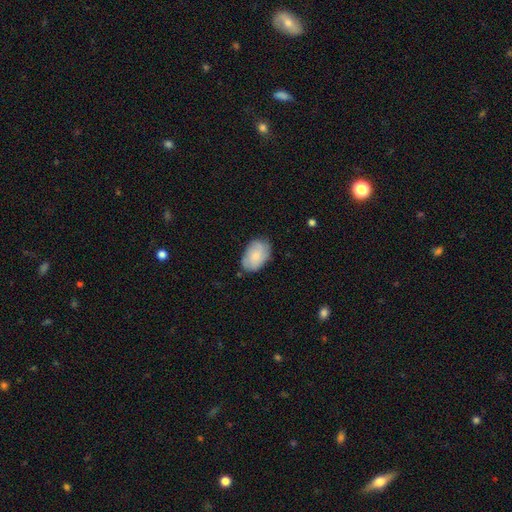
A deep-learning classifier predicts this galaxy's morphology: This appears to be a smooth galaxy with no disk features (72%) that is in between round and cigar-shaped (89%). Merging: none (75%).